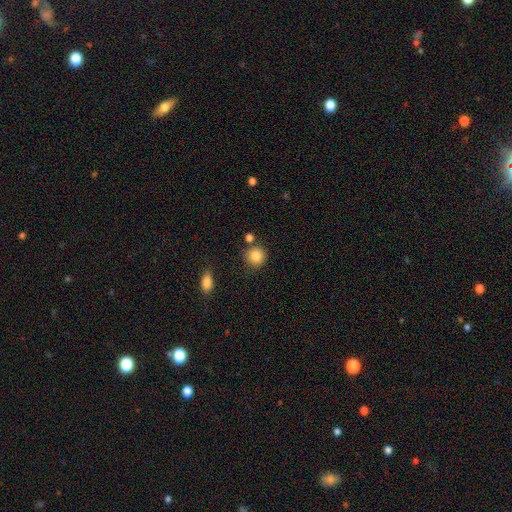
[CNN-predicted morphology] This is clearly a smooth galaxy (86%). How rounded: clearly round (90%). Merging: likely none (77%).